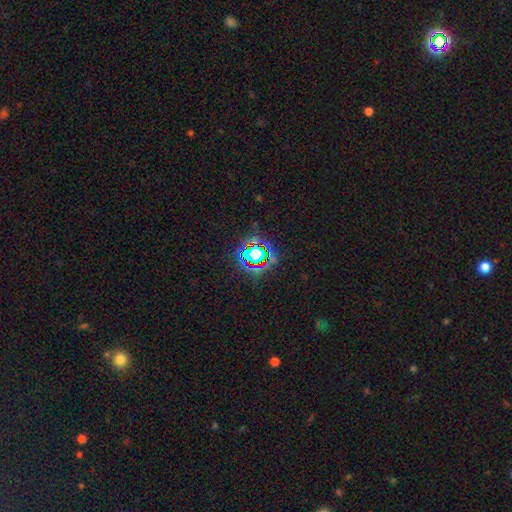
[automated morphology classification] type=star or artifact (70%).